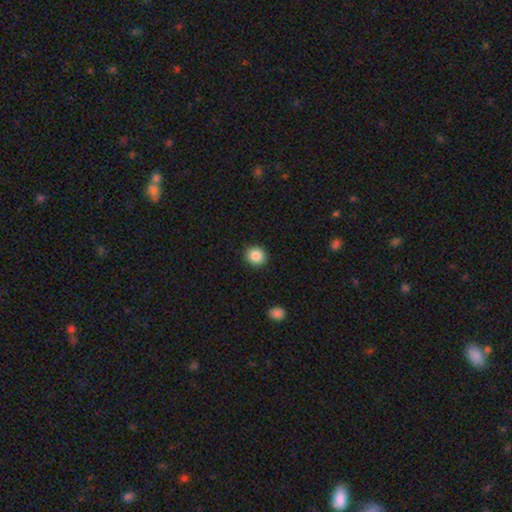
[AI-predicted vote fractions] Smooth or featured? Predicted: smooth (p=0.86). How rounded? Predicted: round (p=0.84). Merging? Predicted: none (p=0.91).